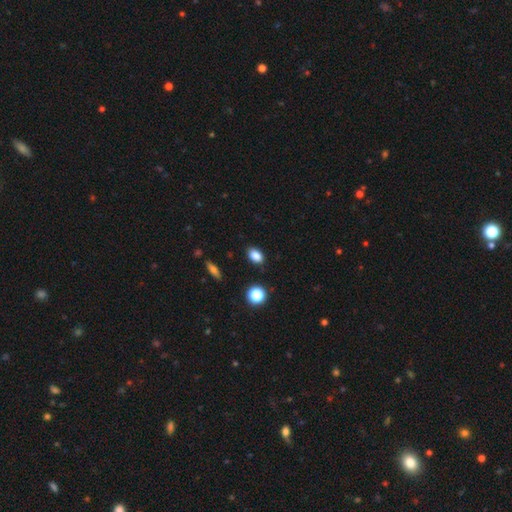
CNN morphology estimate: Overall: smooth (84%). How rounded: in between (79%). Merging: none (87%).